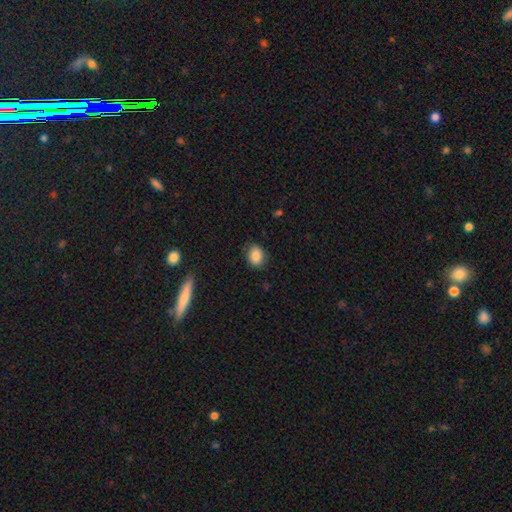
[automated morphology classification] type=smooth (87%); roundness=in between (59%); merging=none (81%).